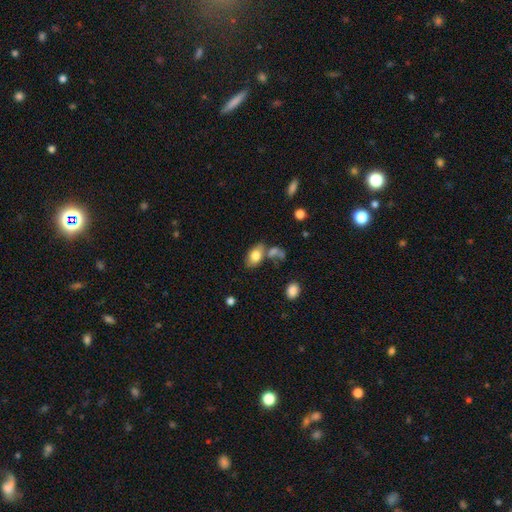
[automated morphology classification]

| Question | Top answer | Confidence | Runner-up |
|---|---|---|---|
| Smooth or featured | smooth | 78% | featured or disk (14%) |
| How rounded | in between | 89% | round (8%) |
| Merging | none | 50% | merger (27%) |